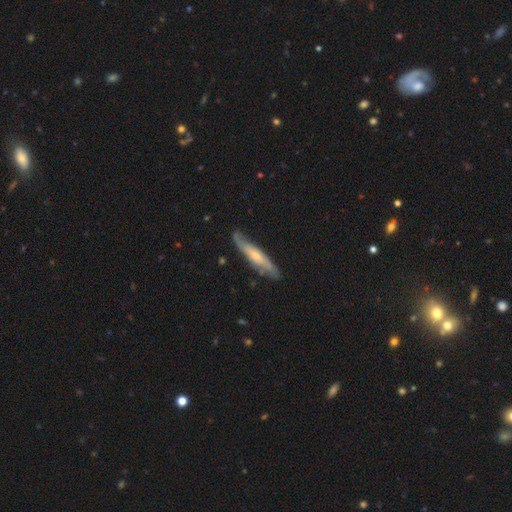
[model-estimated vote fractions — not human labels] Smooth or featured? featured or disk (60%)
Edge-on disk? yes (57%)
Merging? none (77%)